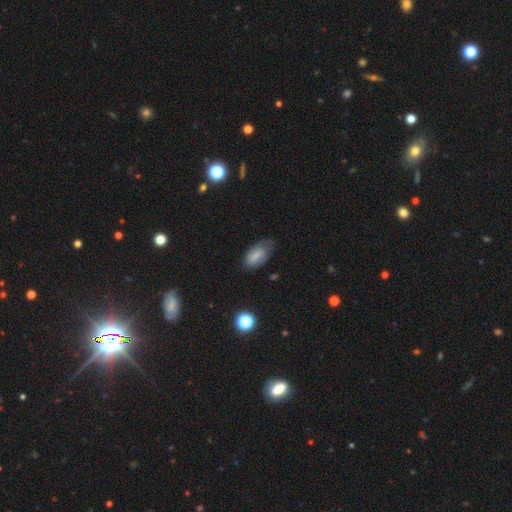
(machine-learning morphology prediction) smooth-or-featured: smooth: 71% | featured or disk: 20% | star or artifact: 9%
  how-rounded: in between: 92% | round: 5% | cigar-shaped: 4%
  merging: none: 49% | minor disturbance: 36% | major disturbance: 13% | merger: 2%